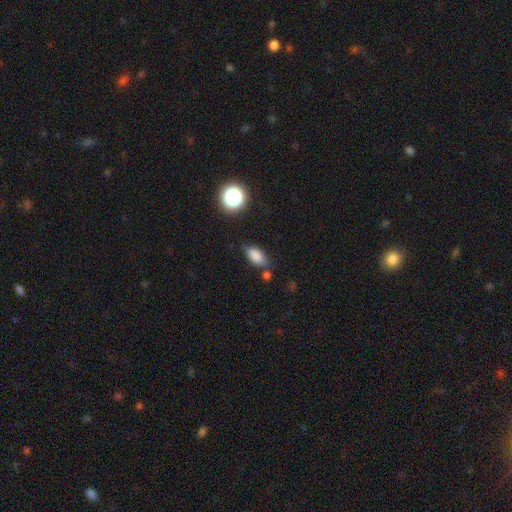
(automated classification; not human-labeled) smooth_or_featured: smooth (p=0.83) [alt: star or artifact p=0.11]
how_rounded: in between (p=0.86) [alt: cigar-shaped p=0.08]
merging: none (p=0.74) [alt: minor disturbance p=0.17]